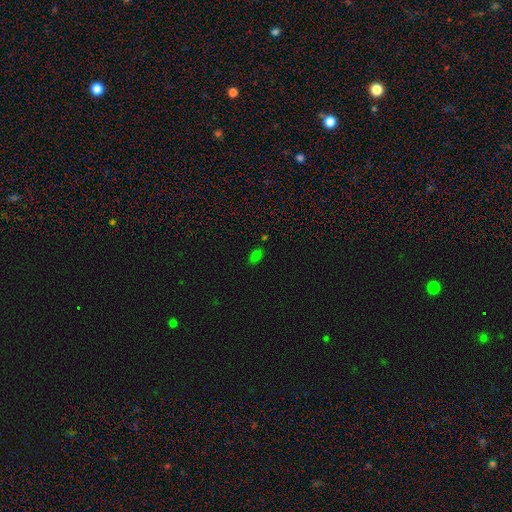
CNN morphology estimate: The model was most divided on "smooth or featured": smooth: 72%, star or artifact: 23%, featured or disk: 4%. More confident: how rounded — in between (90%); merging — none (82%).